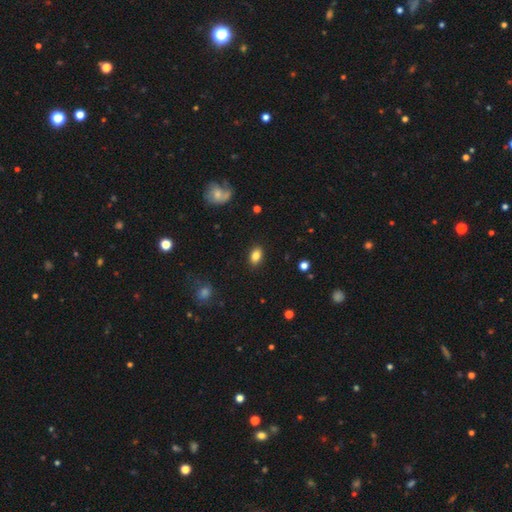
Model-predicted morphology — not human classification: Smooth or featured? Predicted: smooth (p=0.85). How rounded? Predicted: in between (p=0.86). Merging? Predicted: none (p=0.88).